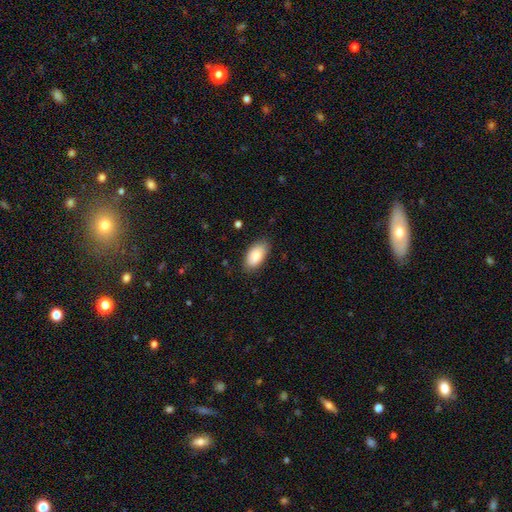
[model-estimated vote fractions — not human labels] This appears to be a smooth galaxy with no disk features (86%) that is in between round and cigar-shaped (94%). Merging: none (84%).